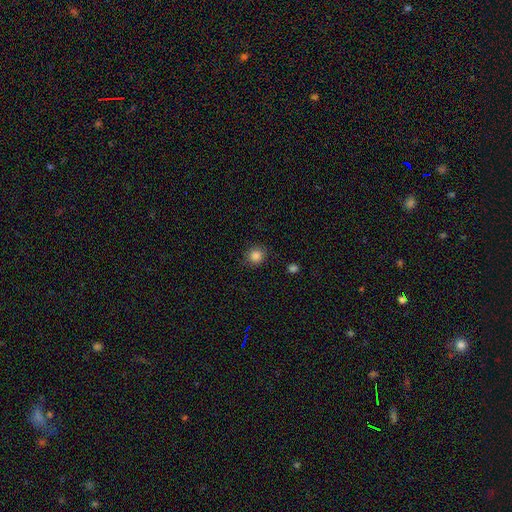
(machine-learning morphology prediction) Overall: smooth (85%). How rounded: round (89%). Merging: none (87%).